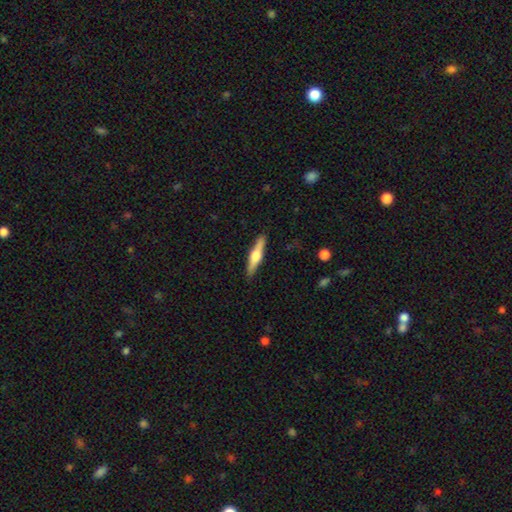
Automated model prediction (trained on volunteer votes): This appears to be a featured or disk galaxy (59%) viewed edge-on (97%) with a rounded central bulge (92%). Merging: none (89%).